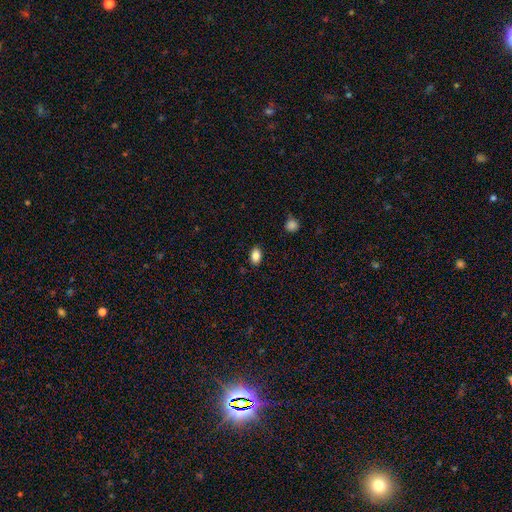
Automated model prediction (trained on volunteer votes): smooth 86%, star or artifact 9%, featured or disk 5%. Down the decision tree: how rounded — in between (83%); merging — none (87%).